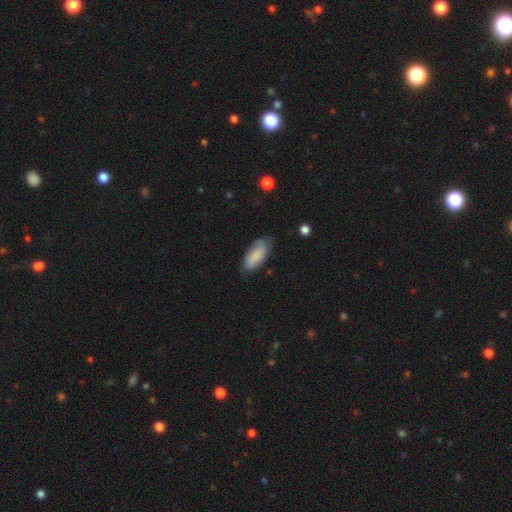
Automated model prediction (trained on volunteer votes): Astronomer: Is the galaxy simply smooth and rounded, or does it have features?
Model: smooth — 78%.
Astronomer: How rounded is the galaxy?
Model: in between — 86%.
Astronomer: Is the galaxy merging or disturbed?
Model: none — 69%.